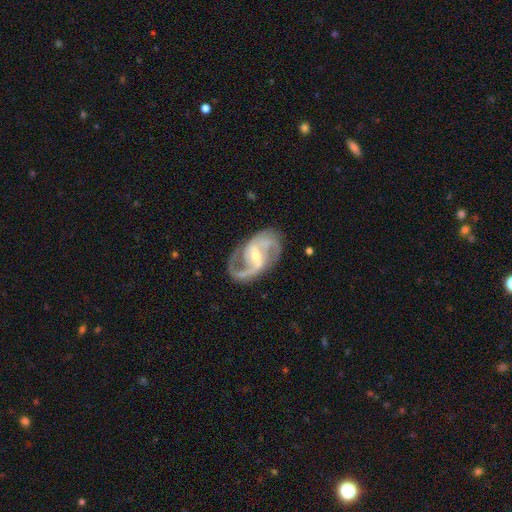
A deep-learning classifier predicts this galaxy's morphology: Q: Smooth or featured?
A: featured or disk (90%); runner-up: smooth (5%)
Q: Edge-on disk?
A: no (97%); runner-up: yes (3%)
Q: Bar?
A: weak (45%); runner-up: strong (41%)
Q: Spiral arms?
A: yes (97%); runner-up: no (3%)
Q: Spiral winding?
A: medium (56%); runner-up: loose (23%)
Q: Spiral arm count?
A: 2 (75%); runner-up: 3 (12%)
Q: Bulge size?
A: small (52%); runner-up: moderate (43%)
Q: Merging?
A: none (73%); runner-up: minor disturbance (16%)